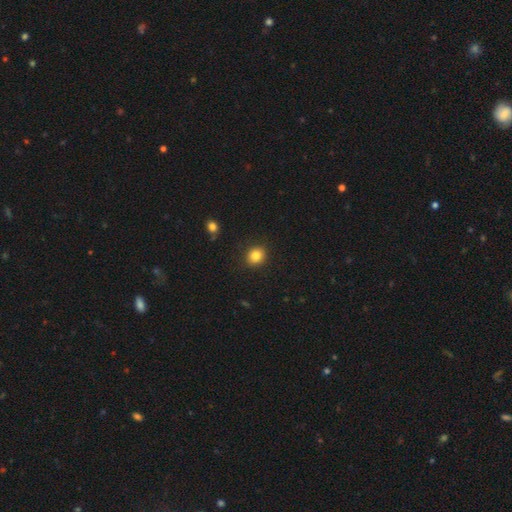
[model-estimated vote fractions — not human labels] Smooth or featured? Predicted: smooth (p=0.84). How rounded? Predicted: round (p=0.78). Merging? Predicted: none (p=0.90).